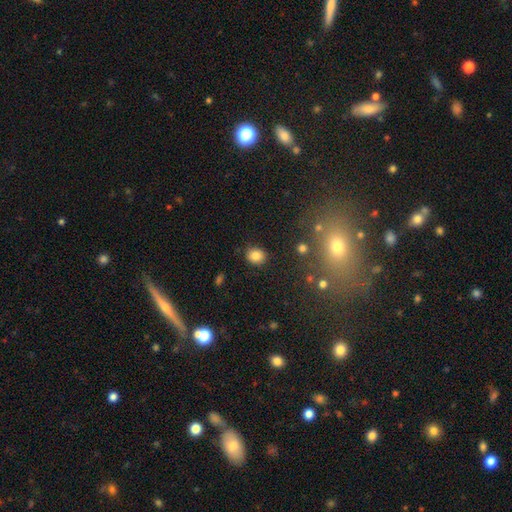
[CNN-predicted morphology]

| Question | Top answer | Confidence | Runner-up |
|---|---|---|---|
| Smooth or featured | smooth | 83% | star or artifact (11%) |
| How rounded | round | 69% | in between (30%) |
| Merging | none | 87% | minor disturbance (9%) |